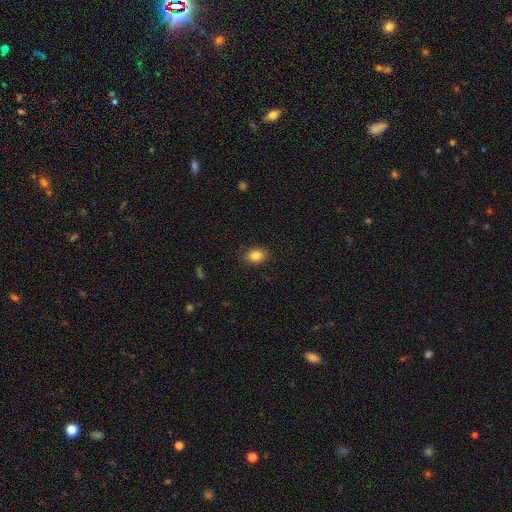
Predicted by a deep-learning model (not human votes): smooth-or-featured: smooth: 84% | star or artifact: 10% | featured or disk: 6%
  how-rounded: in between: 64% | round: 35% | cigar-shaped: 1%
  merging: none: 86% | minor disturbance: 10% | major disturbance: 2% | merger: 1%